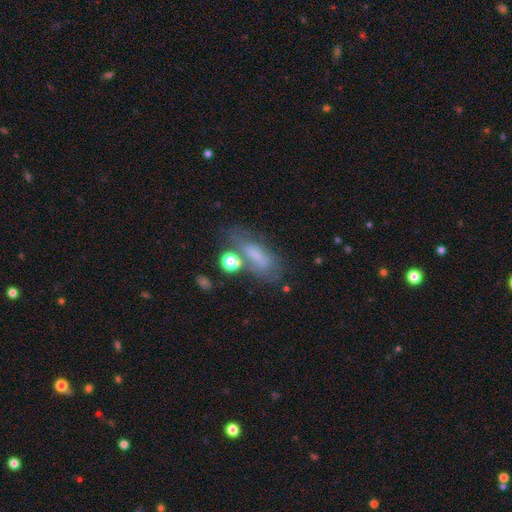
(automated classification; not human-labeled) A smooth galaxy with no disk features (59%) that is in between round and cigar-shaped (60%).

Vote fractions:
- Smooth or featured? smooth: 59% / featured or disk: 28% / star or artifact: 14%
- How rounded? in between: 60% / cigar-shaped: 34% / round: 7%
- Merging? none: 45% / minor disturbance: 23% / major disturbance: 18% / merger: 14%